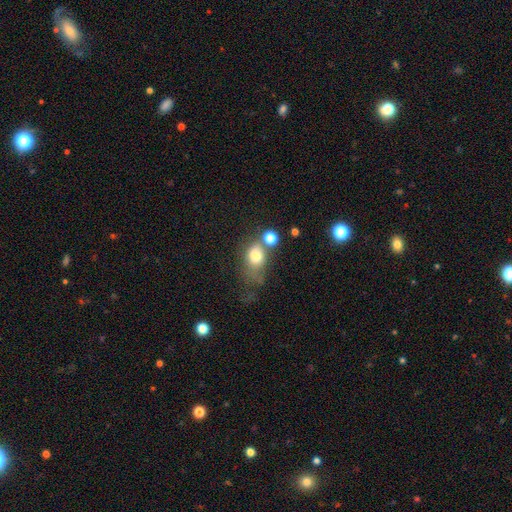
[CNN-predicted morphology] Smooth or featured: smooth — 71% (featured or disk — 16%)
How rounded: in between — 62% (round — 36%)
Merging: merger — 34% (none — 27%)